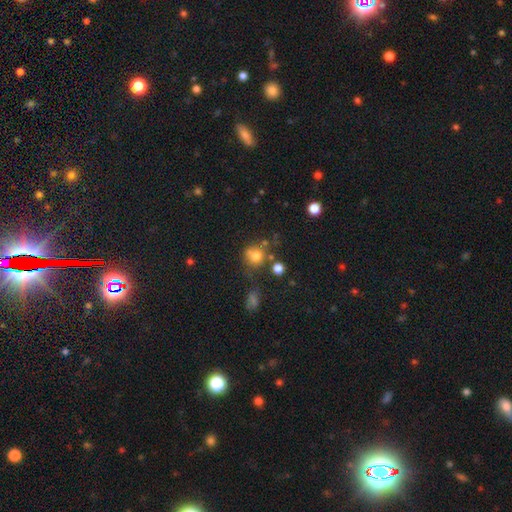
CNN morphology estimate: A smooth galaxy with no disk features (75%) that is round (83%).

Vote fractions:
- Smooth or featured? smooth: 75% / star or artifact: 15% / featured or disk: 10%
- How rounded? round: 83% / in between: 16% / cigar-shaped: 1%
- Merging? none: 56% / merger: 20% / minor disturbance: 16% / major disturbance: 8%